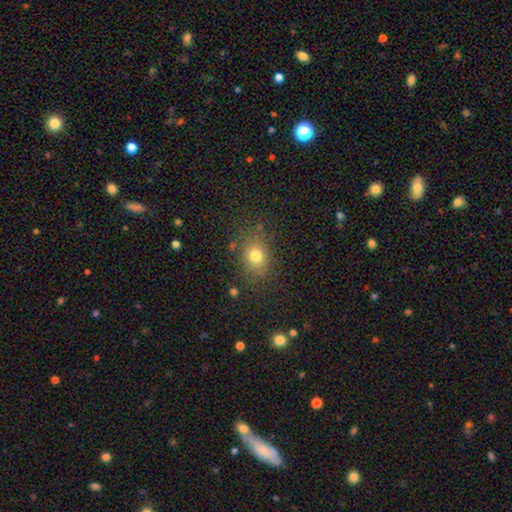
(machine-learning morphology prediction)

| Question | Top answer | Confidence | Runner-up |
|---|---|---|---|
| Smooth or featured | smooth | 76% | star or artifact (14%) |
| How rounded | in between | 53% | round (46%) |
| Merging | none | 79% | minor disturbance (13%) |